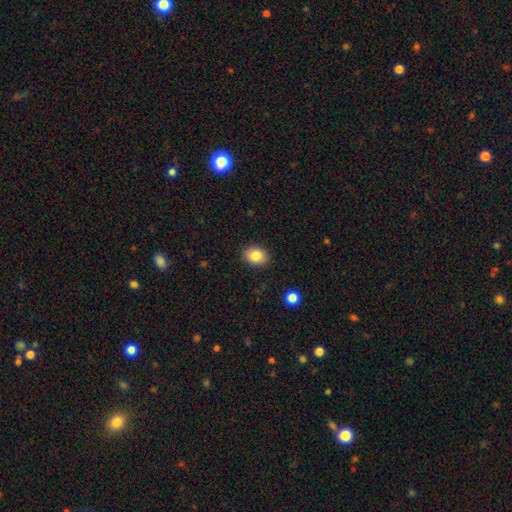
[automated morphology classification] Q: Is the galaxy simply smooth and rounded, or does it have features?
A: smooth — 84%.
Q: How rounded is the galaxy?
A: in between — 58%.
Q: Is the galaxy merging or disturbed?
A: none — 89%.